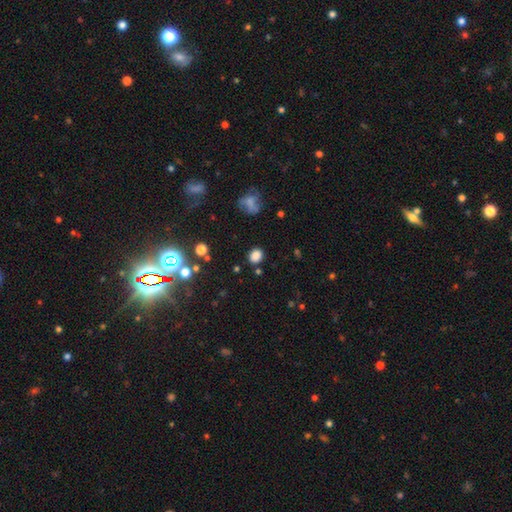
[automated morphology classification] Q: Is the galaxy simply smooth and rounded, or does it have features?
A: smooth — 83%.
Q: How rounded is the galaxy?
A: round — 62%.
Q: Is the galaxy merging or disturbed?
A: none — 84%.